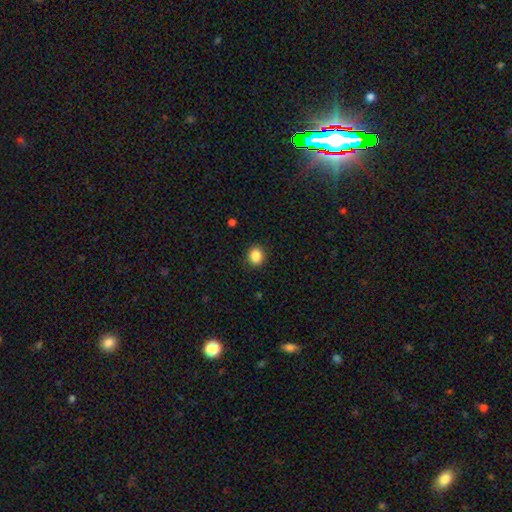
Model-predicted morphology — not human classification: Smooth or featured: smooth — 87% (star or artifact — 10%)
How rounded: round — 72% (in between — 27%)
Merging: none — 90% (minor disturbance — 7%)